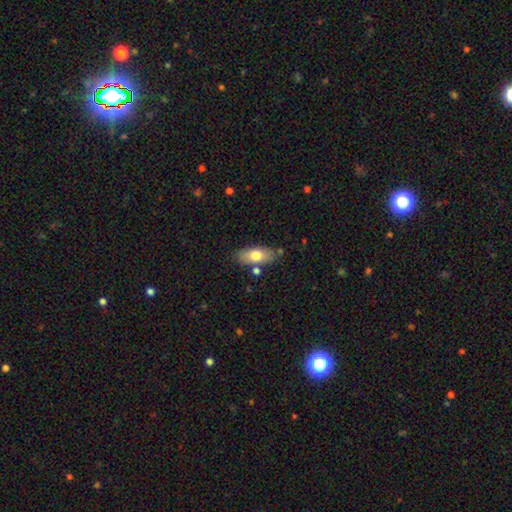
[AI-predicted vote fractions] A smooth galaxy with no disk features (72%) that is in between round and cigar-shaped (83%).

Vote fractions:
- Smooth or featured? smooth: 72% / featured or disk: 21% / star or artifact: 7%
- How rounded? in between: 83% / cigar-shaped: 13% / round: 4%
- Merging? none: 78% / minor disturbance: 13% / merger: 6% / major disturbance: 3%